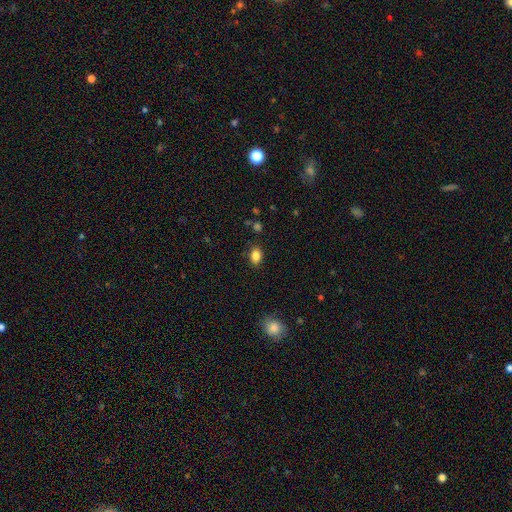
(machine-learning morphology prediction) The model was most divided on "how rounded": in between: 76%, round: 23%, cigar-shaped: 1%. More confident: merging — none (85%); smooth or featured — smooth (85%).